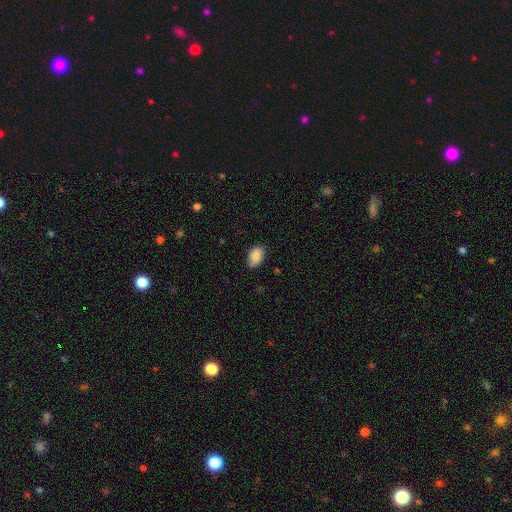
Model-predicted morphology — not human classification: Q: Smooth or featured?
A: smooth (89%); runner-up: star or artifact (7%)
Q: How rounded?
A: in between (91%); runner-up: round (7%)
Q: Merging?
A: none (78%); runner-up: minor disturbance (18%)